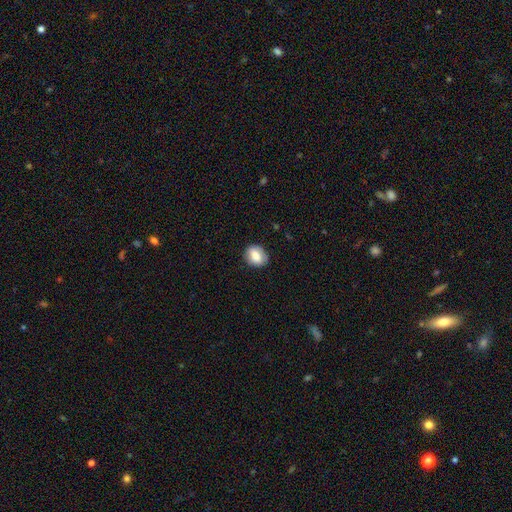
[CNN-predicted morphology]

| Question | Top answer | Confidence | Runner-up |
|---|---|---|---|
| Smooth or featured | smooth | 77% | featured or disk (15%) |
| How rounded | in between | 52% | round (46%) |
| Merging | none | 83% | minor disturbance (13%) |